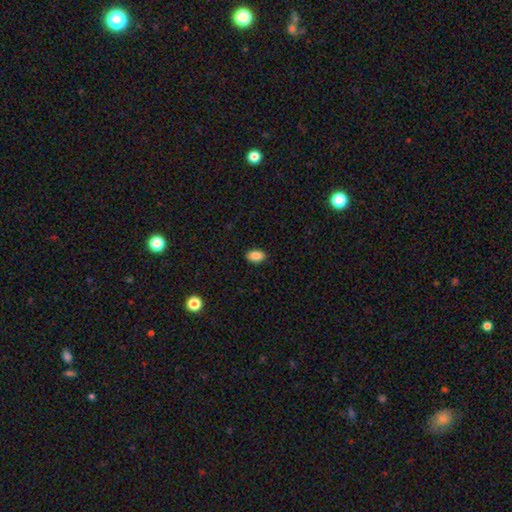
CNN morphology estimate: The model was most divided on "how rounded": in between: 88%, round: 11%, cigar-shaped: 1%. More confident: merging — none (89%); smooth or featured — smooth (87%).